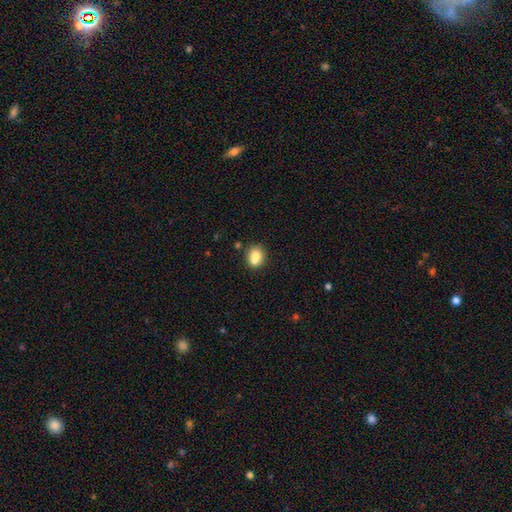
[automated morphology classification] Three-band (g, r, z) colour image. It shows a smooth galaxy with no disk features (76%) that is round (57%). Merging: none (47%).